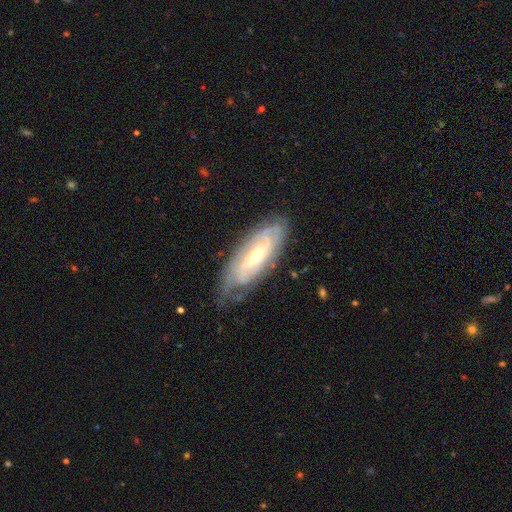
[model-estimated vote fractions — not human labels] Smooth or featured: featured or disk — 82% (smooth — 12%)
Edge-on disk: no — 87% (yes — 13%)
Bar: no — 44% (weak — 36%)
Spiral arms: yes — 91% (no — 9%)
Spiral winding: tight — 69% (medium — 24%)
Spiral arm count: can't tell — 47% (2 — 27%)
Bulge size: moderate — 52% (small — 44%)
Merging: none — 72% (minor disturbance — 21%)